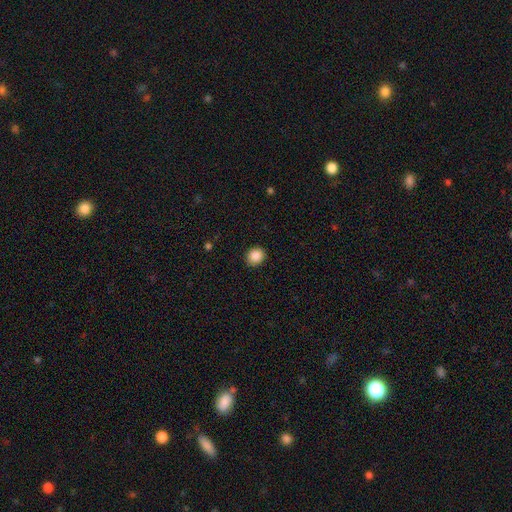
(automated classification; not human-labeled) Smooth or featured? smooth (87%)
How rounded? round (79%)
Merging? none (88%)